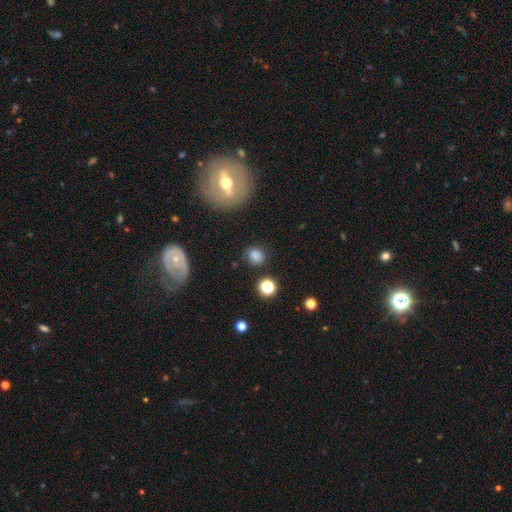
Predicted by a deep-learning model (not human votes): This appears to be a smooth galaxy with no disk features (79%) that is round (74%). Merging: none (81%).